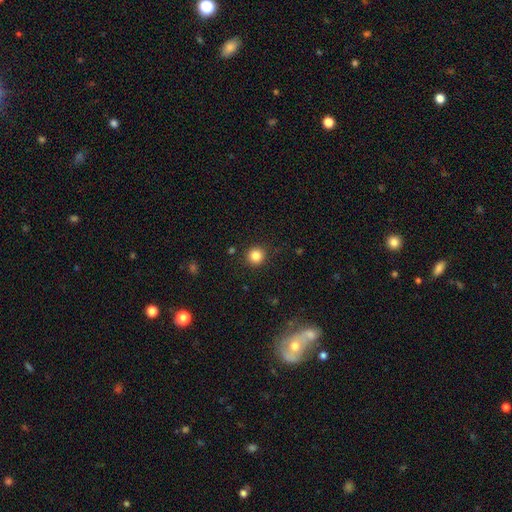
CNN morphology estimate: This is clearly a smooth galaxy (84%). How rounded: clearly round (93%). Merging: clearly none (90%).